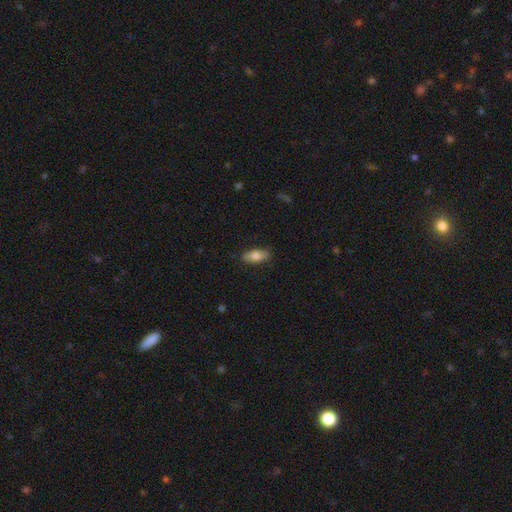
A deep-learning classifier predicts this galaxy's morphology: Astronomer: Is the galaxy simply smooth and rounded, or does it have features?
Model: smooth — 74%.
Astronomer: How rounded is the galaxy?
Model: in between — 76%.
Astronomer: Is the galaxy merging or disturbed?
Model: none — 85%.